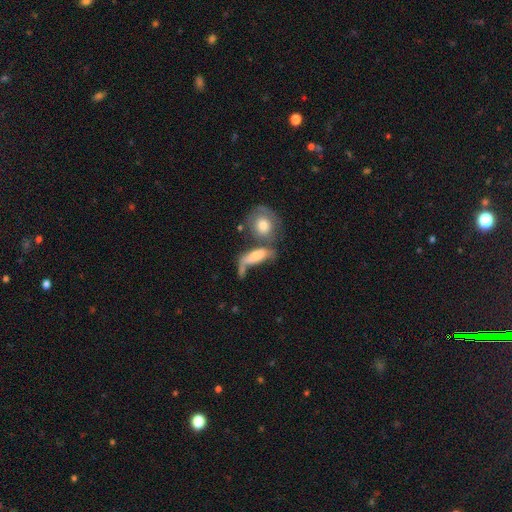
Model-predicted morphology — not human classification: The model was most divided on "merging": merger: 45%, none: 23%, major disturbance: 17%, minor disturbance: 14%. More confident: how rounded — in between (65%); smooth or featured — smooth (61%).